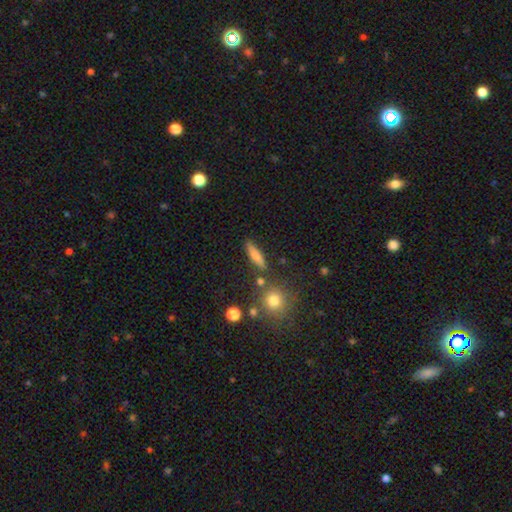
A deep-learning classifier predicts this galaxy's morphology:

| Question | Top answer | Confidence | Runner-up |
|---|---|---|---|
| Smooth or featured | smooth | 73% | featured or disk (17%) |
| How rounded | cigar-shaped | 71% | in between (22%) |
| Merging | none | 80% | minor disturbance (11%) |